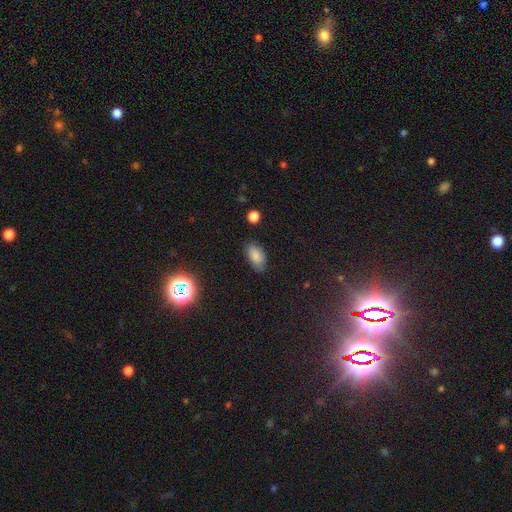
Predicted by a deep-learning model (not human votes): A smooth galaxy with no disk features (80%) that is in between round and cigar-shaped (92%). Merging: none (73%).